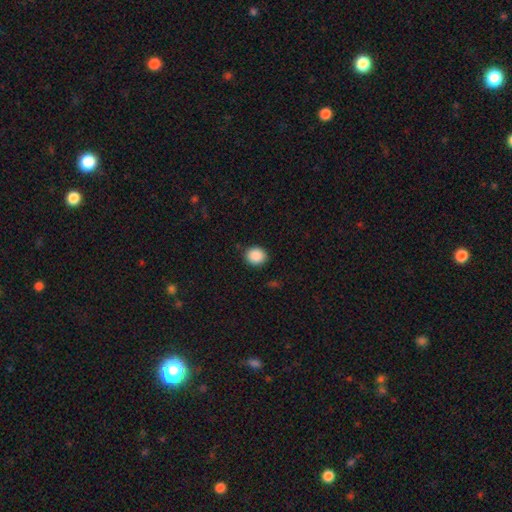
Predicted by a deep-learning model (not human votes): smooth_or_featured: smooth (p=0.89) [alt: star or artifact p=0.09]
how_rounded: round (p=0.78) [alt: in between p=0.21]
merging: none (p=0.89) [alt: minor disturbance p=0.07]